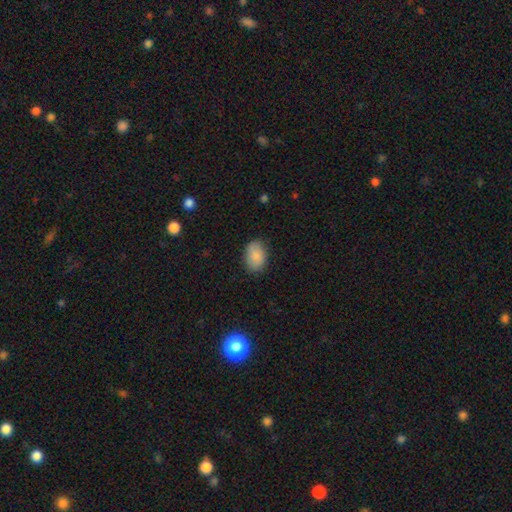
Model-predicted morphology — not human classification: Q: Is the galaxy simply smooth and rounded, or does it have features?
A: smooth — 86%.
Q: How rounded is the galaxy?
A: in between — 84%.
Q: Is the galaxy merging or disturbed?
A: none — 81%.